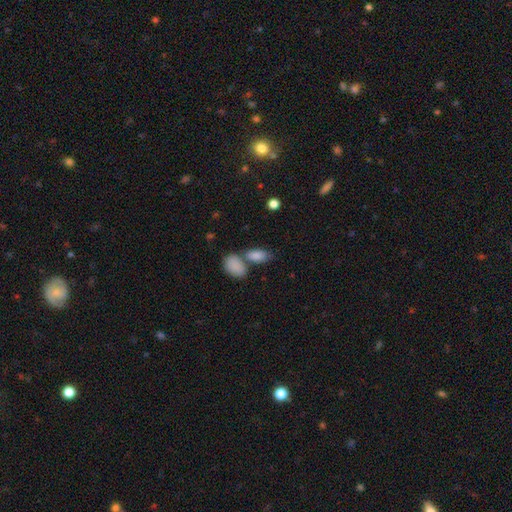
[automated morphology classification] A smooth galaxy with no disk features (81%) that is in between round and cigar-shaped (89%).

Vote fractions:
- Smooth or featured? smooth: 81% / star or artifact: 11% / featured or disk: 8%
- How rounded? in between: 89% / round: 7% / cigar-shaped: 4%
- Merging? none: 49% / merger: 34% / minor disturbance: 12% / major disturbance: 5%